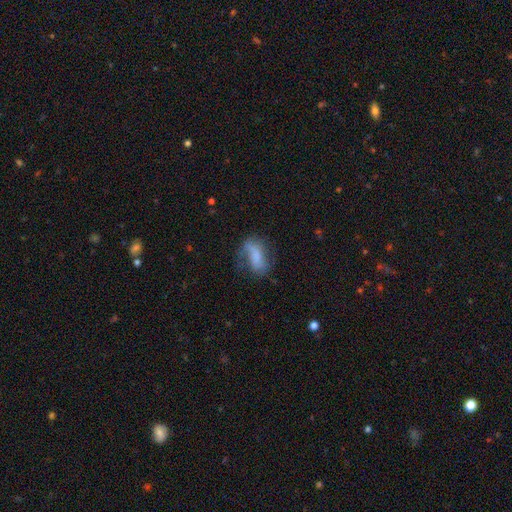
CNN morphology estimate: smooth-or-featured: smooth: 54% | featured or disk: 37% | star or artifact: 9%
  how-rounded: in between: 80% | cigar-shaped: 14% | round: 6%
  merging: none: 43% | minor disturbance: 27% | major disturbance: 26% | merger: 3%